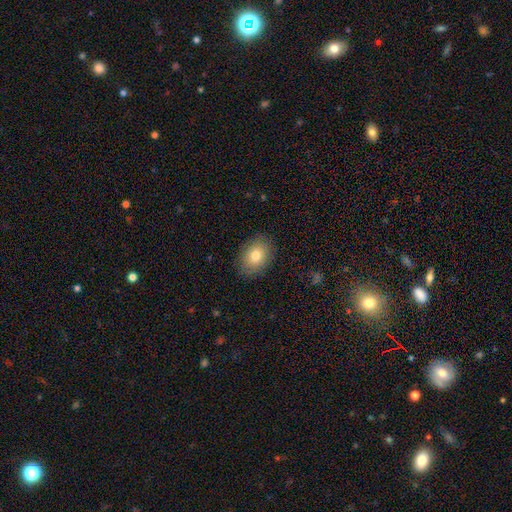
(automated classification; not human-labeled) Morphology: type=smooth (80%); roundness=in between (76%); merging=none (87%).